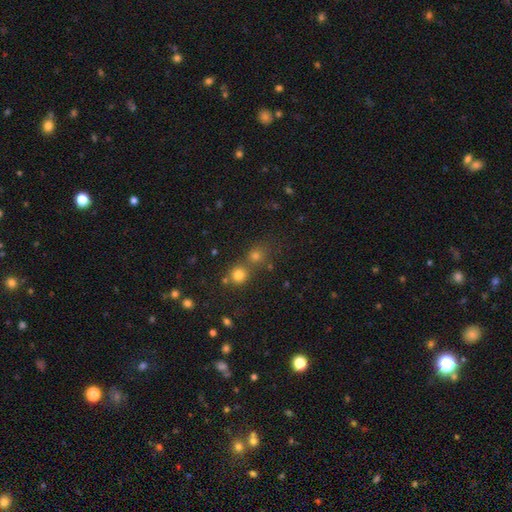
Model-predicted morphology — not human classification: smooth-or-featured: smooth: 70% | star or artifact: 22% | featured or disk: 8%
  how-rounded: round: 86% | in between: 13% | cigar-shaped: 1%
  merging: none: 57% | merger: 32% | minor disturbance: 7% | major disturbance: 4%